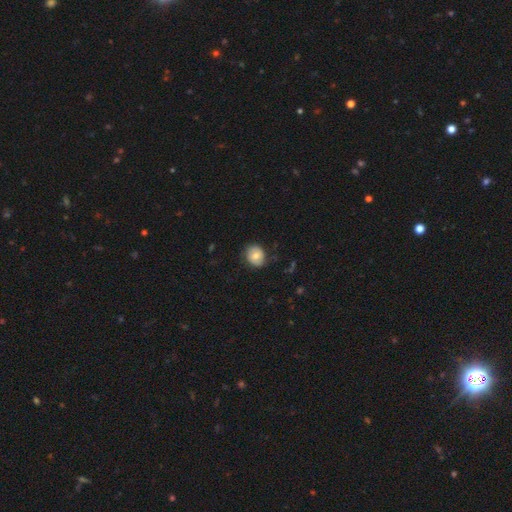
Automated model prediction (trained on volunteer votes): This appears to be a smooth galaxy with no disk features (66%) that is round (68%). Merging: none (78%).